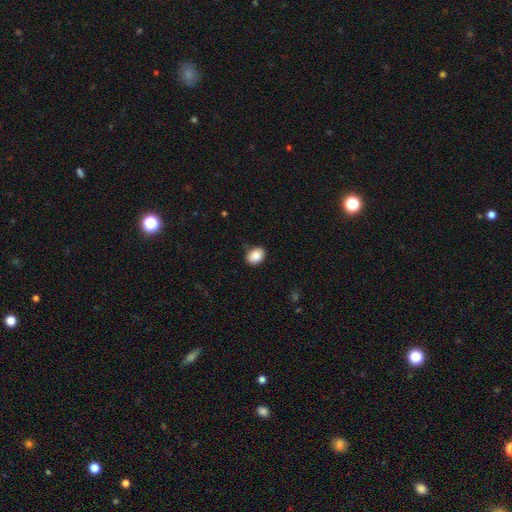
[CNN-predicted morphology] type=smooth (87%); roundness=in between (65%); merging=none (82%).